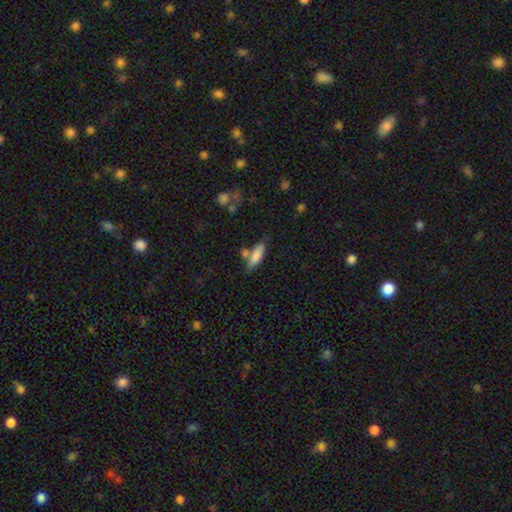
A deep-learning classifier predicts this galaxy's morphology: The model was most divided on "how rounded": in between: 59%, cigar-shaped: 39%, round: 2%. More confident: smooth or featured — smooth (80%); merging — none (55%).